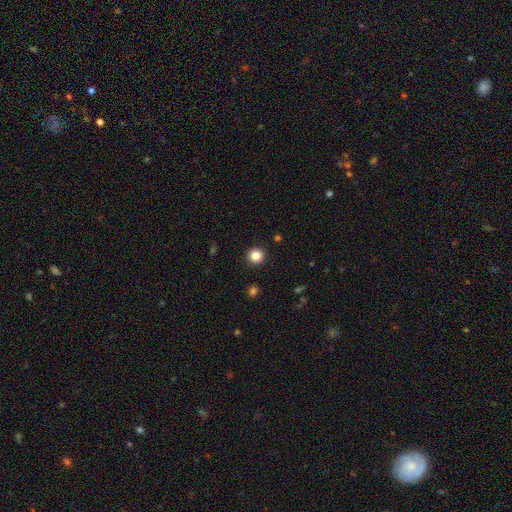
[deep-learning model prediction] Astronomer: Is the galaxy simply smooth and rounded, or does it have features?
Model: smooth — 84%.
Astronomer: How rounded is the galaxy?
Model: round — 95%.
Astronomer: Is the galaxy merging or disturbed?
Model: none — 93%.